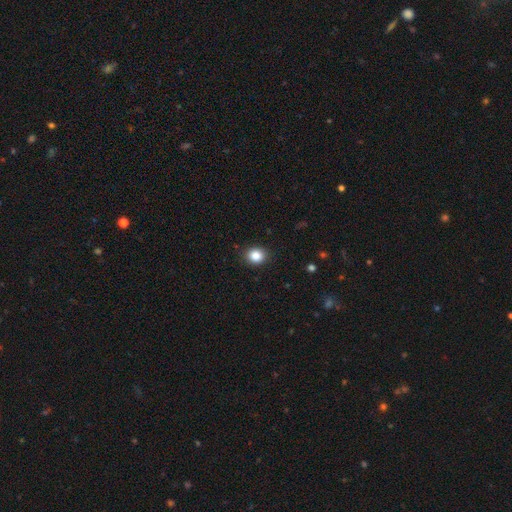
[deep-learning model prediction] A smooth galaxy with no disk features (86%) that is round (70%).

Vote fractions:
- Smooth or featured? smooth: 86% / star or artifact: 10% / featured or disk: 4%
- How rounded? round: 70% / in between: 29% / cigar-shaped: 1%
- Merging? none: 89% / minor disturbance: 8% / major disturbance: 2% / merger: 1%